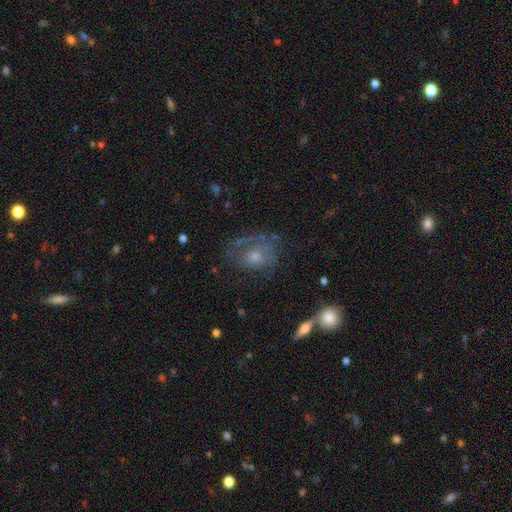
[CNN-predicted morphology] This appears to be a featured or disk galaxy (53%) with no bar (83%), spiral arms (55%) and a moderate central bulge (48%). Merging: none (47%).